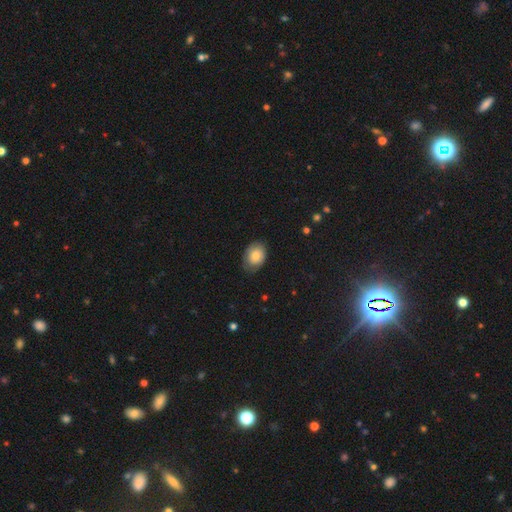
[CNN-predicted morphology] A smooth galaxy with no disk features (80%) that is in between round and cigar-shaped (72%).

Vote fractions:
- Smooth or featured? smooth: 80% / featured or disk: 12% / star or artifact: 8%
- How rounded? in between: 72% / round: 27% / cigar-shaped: 1%
- Merging? none: 75% / minor disturbance: 20% / major disturbance: 4% / merger: 1%